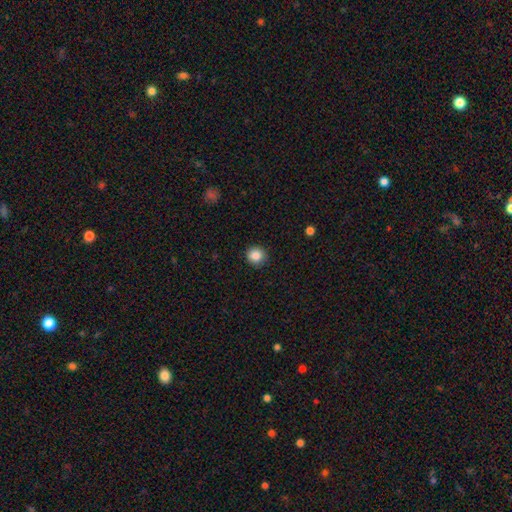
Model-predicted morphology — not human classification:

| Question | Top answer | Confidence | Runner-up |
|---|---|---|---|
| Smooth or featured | smooth | 86% | star or artifact (10%) |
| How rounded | round | 93% | in between (6%) |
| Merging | none | 91% | minor disturbance (6%) |